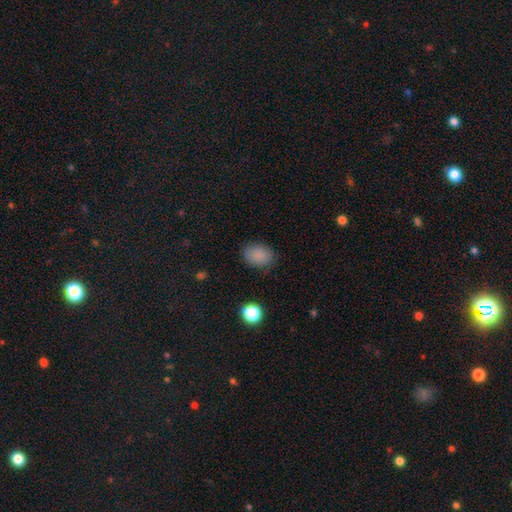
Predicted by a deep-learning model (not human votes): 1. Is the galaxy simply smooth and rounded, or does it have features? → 85% smooth, 10% star or artifact, 4% featured or disk.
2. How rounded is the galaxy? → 66% in between, 33% round, 1% cigar-shaped.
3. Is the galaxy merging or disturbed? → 83% none, 13% minor disturbance, 4% major disturbance, 1% merger.